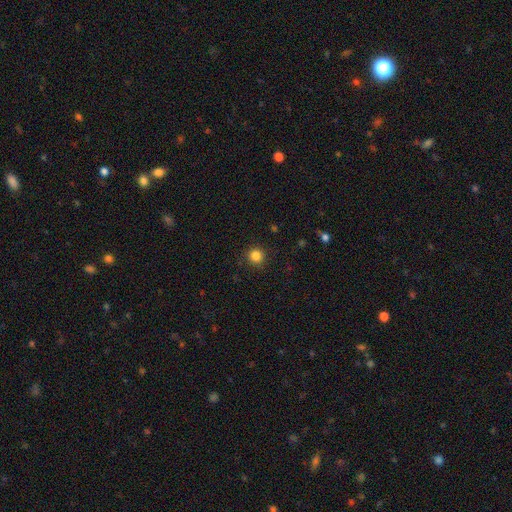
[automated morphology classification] type=smooth (84%); roundness=round (94%); merging=none (91%).